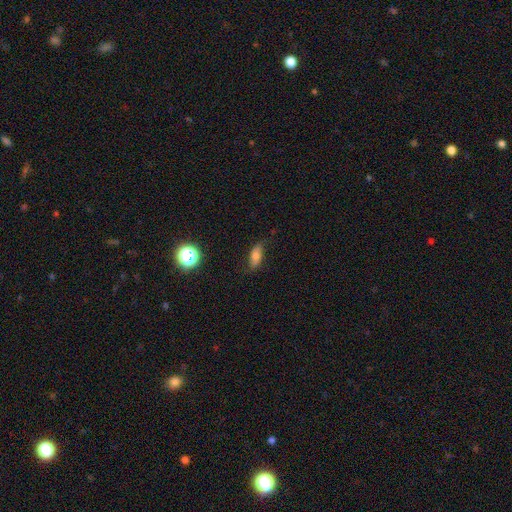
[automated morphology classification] smooth-or-featured: smooth: 72% | featured or disk: 17% | star or artifact: 11%
  how-rounded: in between: 75% | cigar-shaped: 20% | round: 5%
  merging: none: 75% | minor disturbance: 19% | major disturbance: 4% | merger: 1%